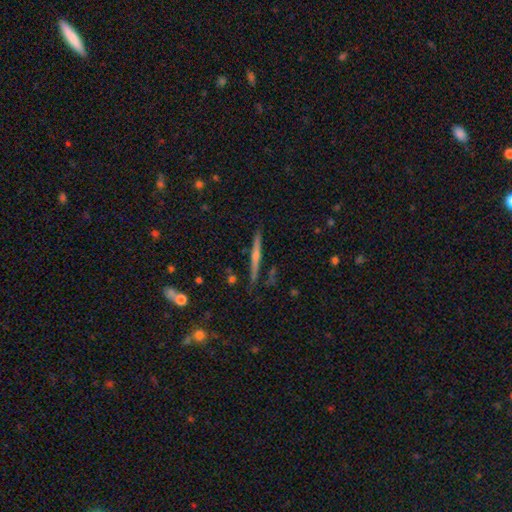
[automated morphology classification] A featured or disk galaxy (65%) viewed edge-on (95%) with a rounded central bulge (67%).

Vote fractions:
- Smooth or featured? featured or disk: 65% / smooth: 21% / star or artifact: 14%
- Edge-on disk? yes: 95% / no: 5%
- Edge-on bulge? rounded: 67% / none: 25% / boxy: 9%
- Merging? none: 84% / minor disturbance: 10% / major disturbance: 3% / merger: 3%